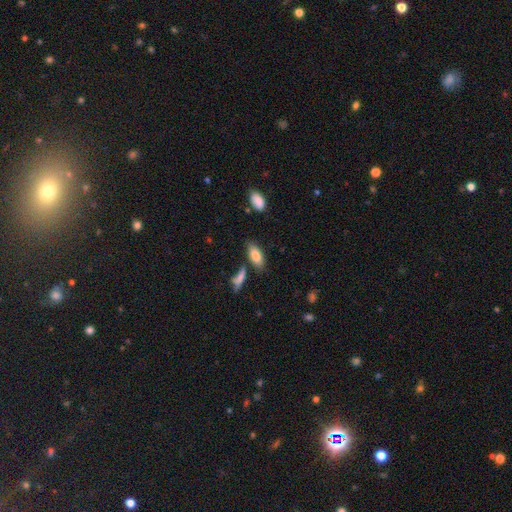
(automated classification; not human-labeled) Smooth or featured: smooth — 81% (featured or disk — 12%)
How rounded: in between — 86% (cigar-shaped — 11%)
Merging: none — 71% (minor disturbance — 15%)